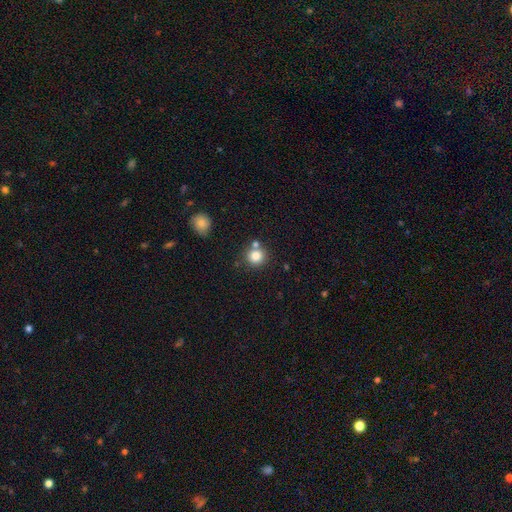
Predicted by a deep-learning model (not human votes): Smooth or featured?
  - smooth: 82% *
  - star or artifact: 11%
  - featured or disk: 7%
How rounded?
  - round: 91% *
  - in between: 8%
  - cigar-shaped: 1%
Merging?
  - none: 70% *
  - merger: 18%
  - minor disturbance: 9%
  - major disturbance: 3%